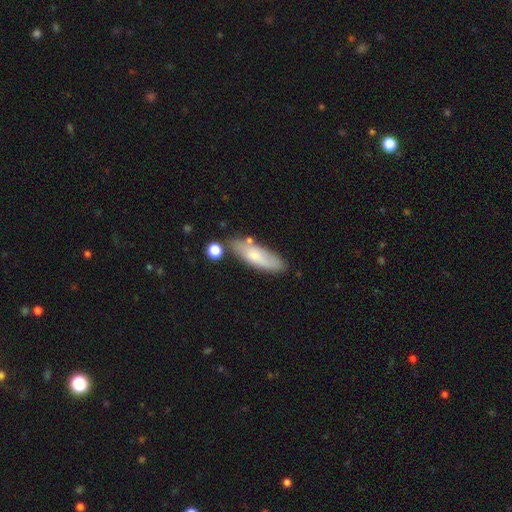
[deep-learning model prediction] This appears to be a smooth galaxy with no disk features (67%) that is in between round and cigar-shaped (53%). Merging: none (69%).